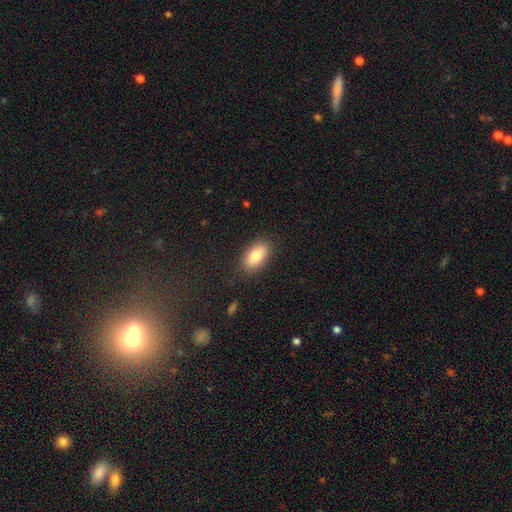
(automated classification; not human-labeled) smooth-or-featured: smooth: 85% | featured or disk: 8% | star or artifact: 7%
  how-rounded: in between: 91% | cigar-shaped: 5% | round: 3%
  merging: none: 86% | minor disturbance: 10% | major disturbance: 3% | merger: 1%